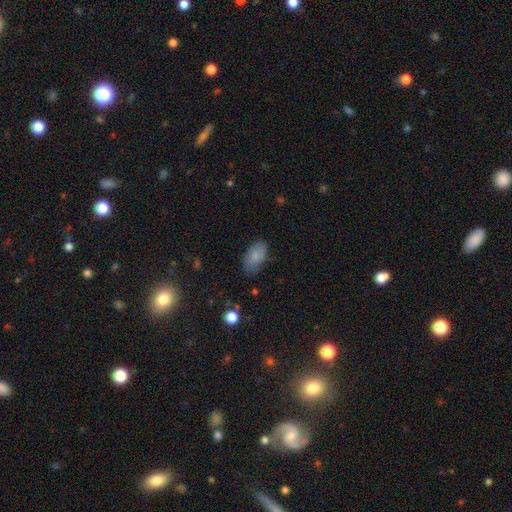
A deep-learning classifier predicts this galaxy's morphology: smooth_or_featured: smooth (p=0.82) [alt: featured or disk p=0.11]
how_rounded: in between (p=0.94) [alt: round p=0.04]
merging: none (p=0.76) [alt: minor disturbance p=0.18]